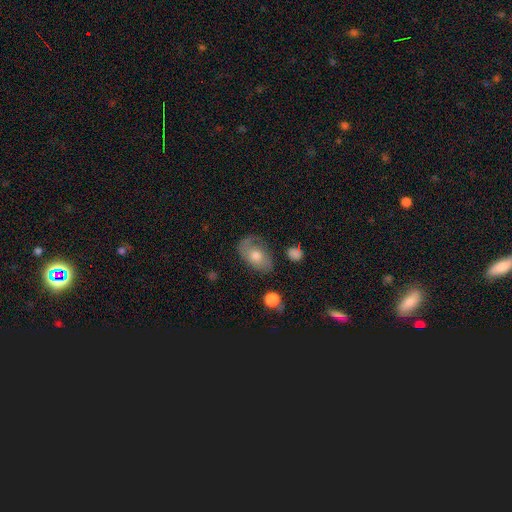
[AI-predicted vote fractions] smooth-or-featured: smooth: 47% | featured or disk: 44% | star or artifact: 9%
  merging: none: 61% | minor disturbance: 24% | major disturbance: 12% | merger: 3%